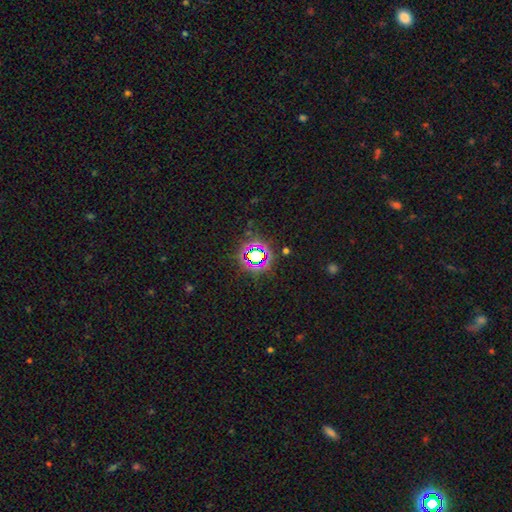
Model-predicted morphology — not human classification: smooth_or_featured: star or artifact (p=0.69) [alt: smooth p=0.21]